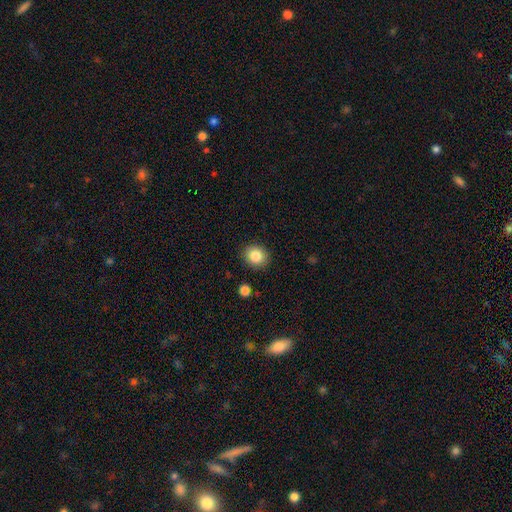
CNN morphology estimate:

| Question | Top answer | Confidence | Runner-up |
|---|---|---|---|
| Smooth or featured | smooth | 86% | star or artifact (9%) |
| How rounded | round | 70% | in between (29%) |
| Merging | none | 88% | minor disturbance (8%) |